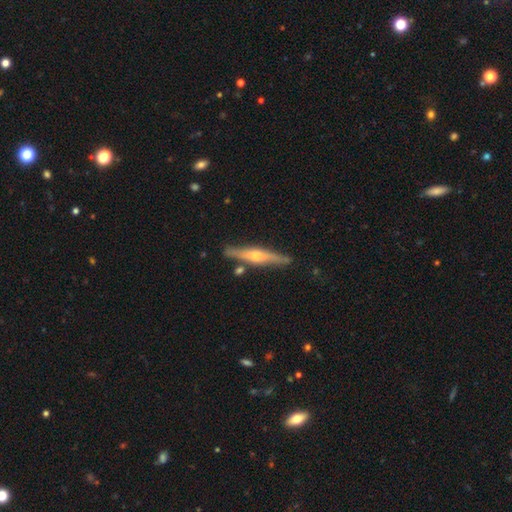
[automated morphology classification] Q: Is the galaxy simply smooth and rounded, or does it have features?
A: featured or disk — 72%.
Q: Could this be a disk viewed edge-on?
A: yes — 96%.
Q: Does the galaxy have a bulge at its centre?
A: rounded — 91%.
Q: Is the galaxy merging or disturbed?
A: none — 85%.